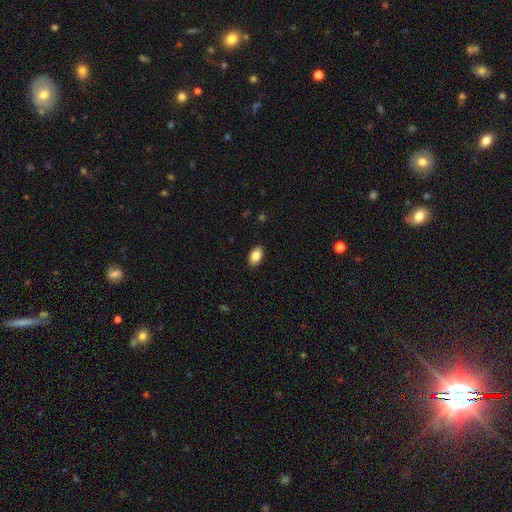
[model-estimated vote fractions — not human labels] Overall: smooth (87%). How rounded: in between (92%). Merging: none (89%).